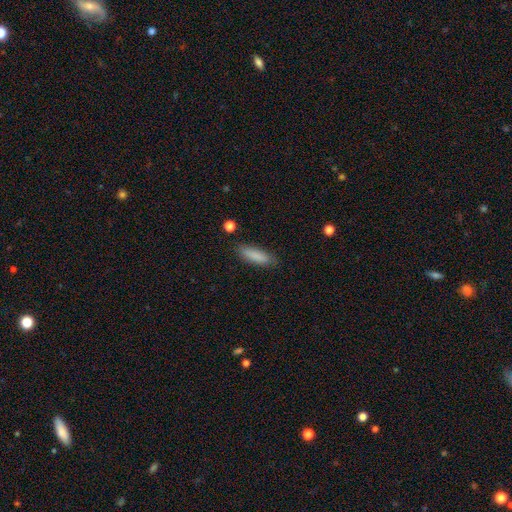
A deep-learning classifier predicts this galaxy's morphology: Smooth or featured? smooth (86%)
How rounded? cigar-shaped (59%)
Merging? none (84%)